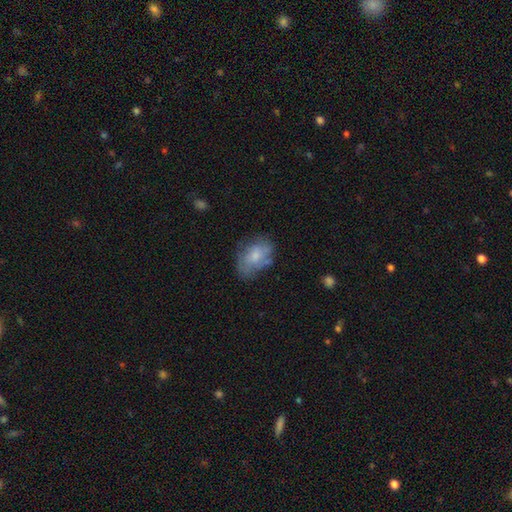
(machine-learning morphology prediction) Q: Smooth or featured?
A: smooth (64%); runner-up: featured or disk (28%)
Q: How rounded?
A: in between (86%); runner-up: round (13%)
Q: Merging?
A: none (55%); runner-up: minor disturbance (29%)